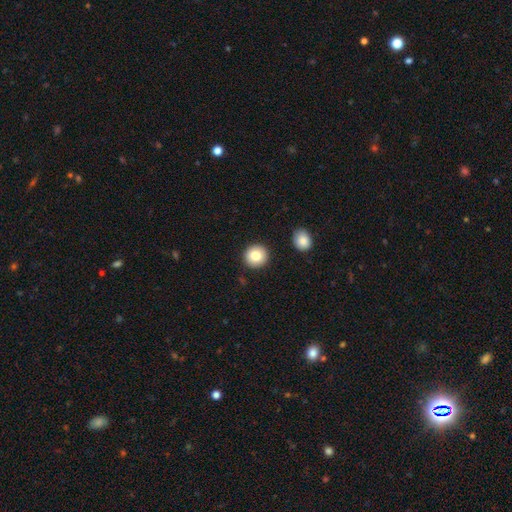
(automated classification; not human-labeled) A smooth galaxy with no disk features (83%) that is round (93%). Merging: none (90%).